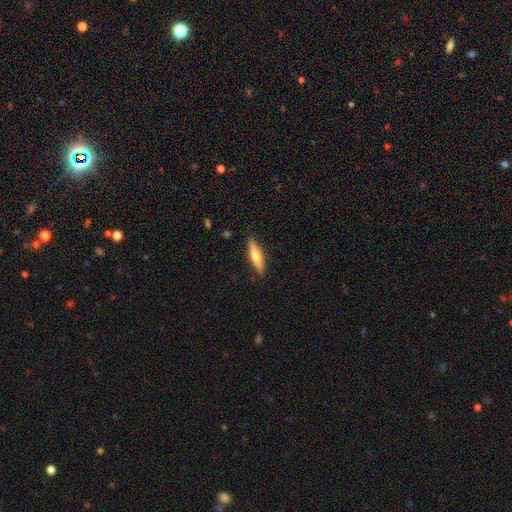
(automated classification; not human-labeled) This appears to be a featured or disk galaxy (47%, tied with smooth). Merging: none (89%).